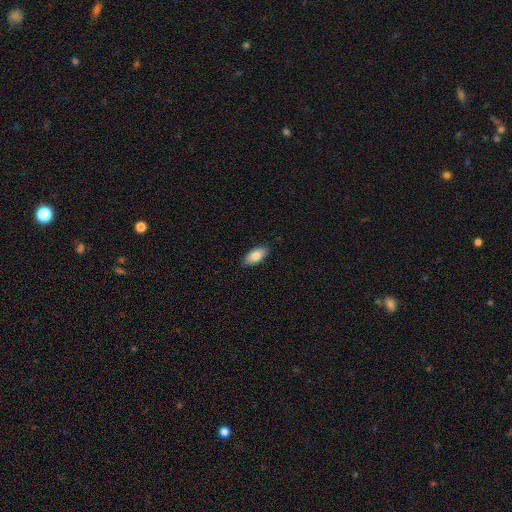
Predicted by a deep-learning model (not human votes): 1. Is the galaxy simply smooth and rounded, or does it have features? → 81% smooth, 13% featured or disk, 6% star or artifact.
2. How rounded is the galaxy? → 90% in between, 7% cigar-shaped, 2% round.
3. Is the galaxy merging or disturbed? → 88% none, 10% minor disturbance, 2% major disturbance, 1% merger.